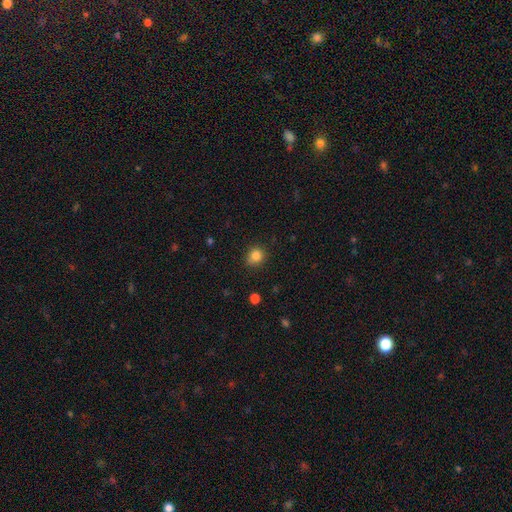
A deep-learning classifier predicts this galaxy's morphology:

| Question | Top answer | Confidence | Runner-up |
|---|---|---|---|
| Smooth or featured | smooth | 84% | star or artifact (11%) |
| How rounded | round | 80% | in between (19%) |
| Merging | none | 79% | minor disturbance (16%) |